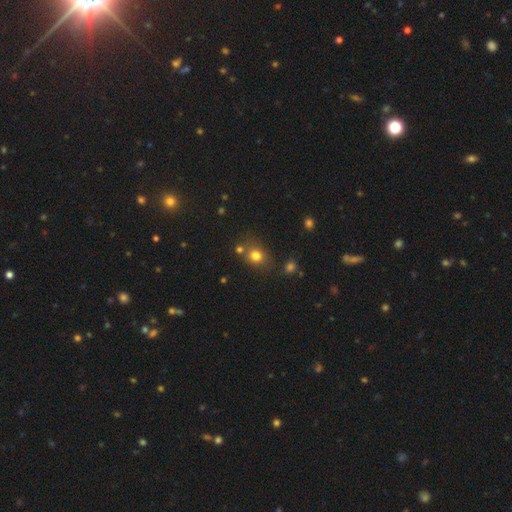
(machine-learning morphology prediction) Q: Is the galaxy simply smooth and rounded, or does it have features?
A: smooth — 77%.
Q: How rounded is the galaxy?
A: round — 70%.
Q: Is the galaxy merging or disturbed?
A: none — 68%.